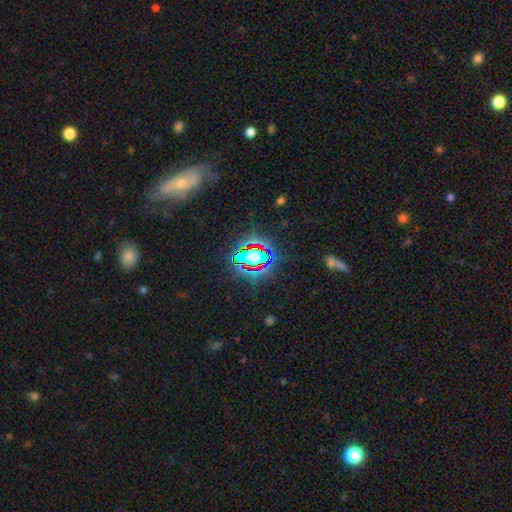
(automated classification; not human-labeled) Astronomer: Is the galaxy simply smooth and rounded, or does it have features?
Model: star or artifact — 74%.